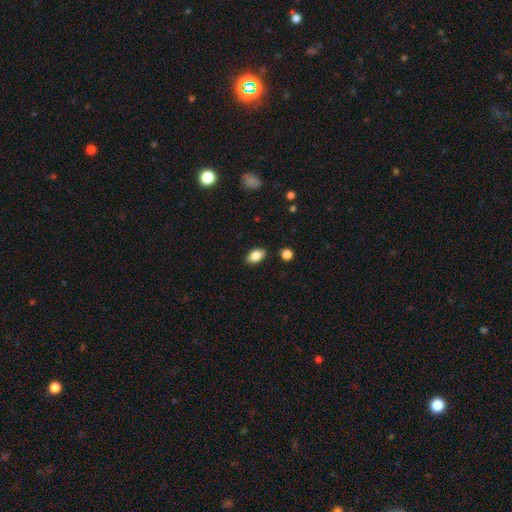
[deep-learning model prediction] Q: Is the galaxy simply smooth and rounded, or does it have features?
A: smooth — 84%.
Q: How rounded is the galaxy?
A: in between — 90%.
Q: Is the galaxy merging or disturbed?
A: none — 87%.